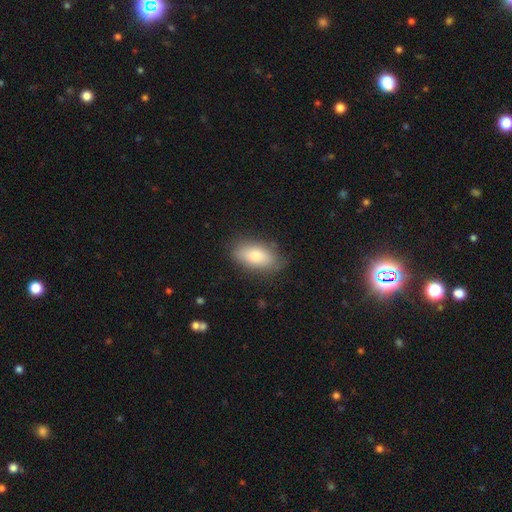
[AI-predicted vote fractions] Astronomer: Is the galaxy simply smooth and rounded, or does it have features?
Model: smooth — 80%.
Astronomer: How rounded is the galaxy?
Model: in between — 90%.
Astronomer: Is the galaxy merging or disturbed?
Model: none — 80%.